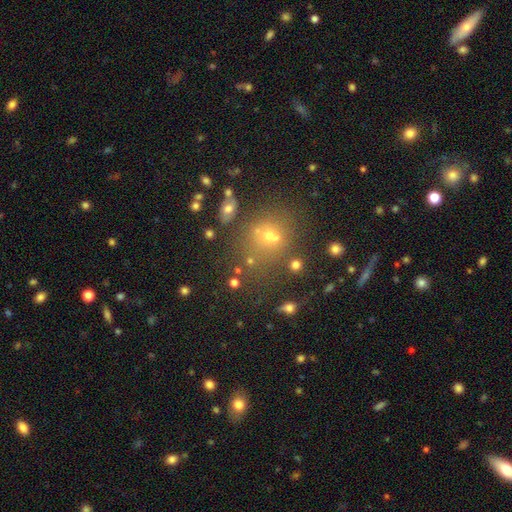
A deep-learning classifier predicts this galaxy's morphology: smooth_or_featured: smooth (p=0.49) [alt: star or artifact p=0.41]
merging: none (p=0.77) [alt: minor disturbance p=0.11]